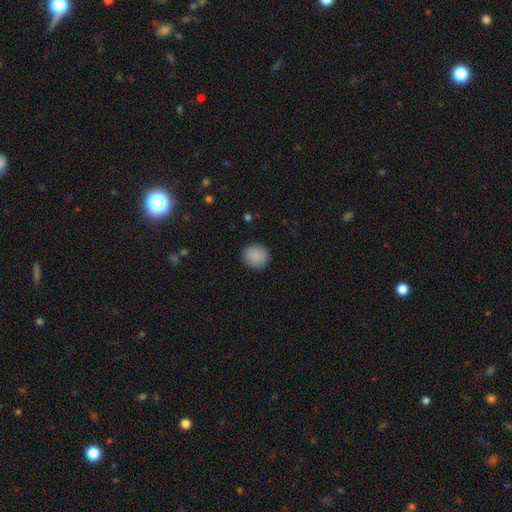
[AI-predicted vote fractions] smooth-or-featured: smooth: 89% | star or artifact: 8% | featured or disk: 3%
  how-rounded: round: 87% | in between: 12% | cigar-shaped: 1%
  merging: none: 91% | minor disturbance: 6% | major disturbance: 2% | merger: 1%